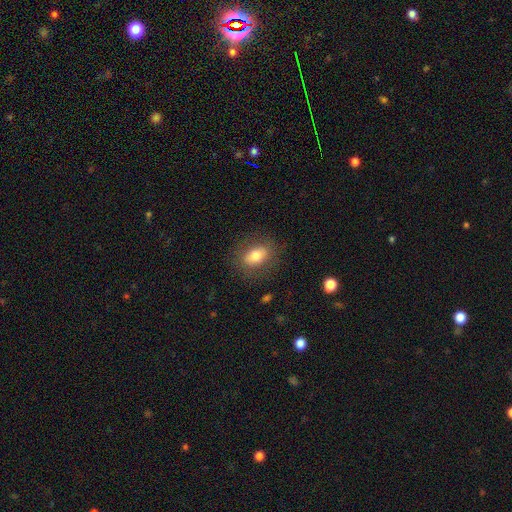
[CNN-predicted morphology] Smooth or featured? smooth (72%)
How rounded? in between (78%)
Merging? none (82%)